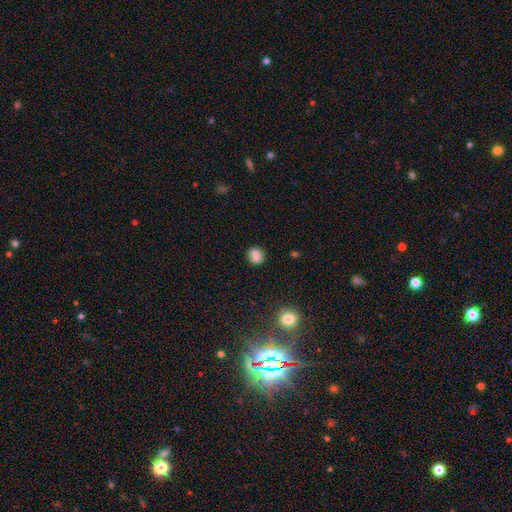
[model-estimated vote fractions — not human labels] A smooth galaxy with no disk features (83%) that is round (63%). Merging: none (85%).